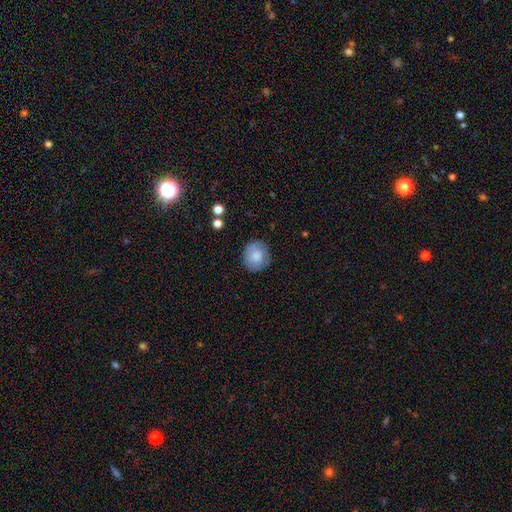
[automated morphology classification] This is likely a smooth galaxy (77%). How rounded: likely round (77%). Merging: likely none (80%).